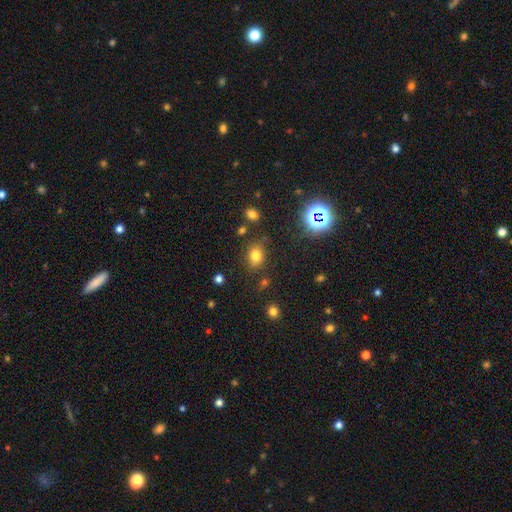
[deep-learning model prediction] A smooth galaxy with no disk features (75%) that is in between round and cigar-shaped (55%).

Vote fractions:
- Smooth or featured? smooth: 75% / star or artifact: 17% / featured or disk: 8%
- How rounded? in between: 55% / round: 44% / cigar-shaped: 1%
- Merging? none: 77% / minor disturbance: 14% / merger: 5% / major disturbance: 4%